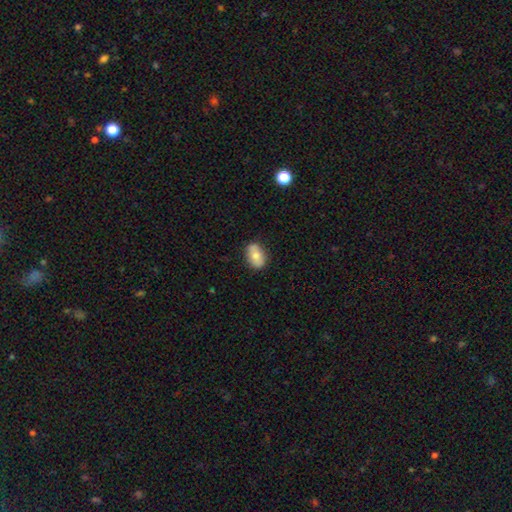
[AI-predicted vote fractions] smooth_or_featured: smooth (p=0.74) [alt: featured or disk p=0.18]
how_rounded: in between (p=0.86) [alt: round p=0.12]
merging: none (p=0.80) [alt: minor disturbance p=0.16]